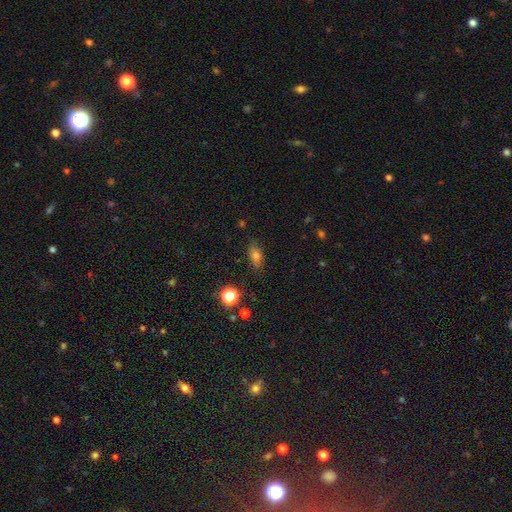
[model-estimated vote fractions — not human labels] smooth-or-featured: smooth: 72% | star or artifact: 16% | featured or disk: 12%
  how-rounded: in between: 77% | round: 13% | cigar-shaped: 10%
  merging: none: 79% | minor disturbance: 15% | major disturbance: 4% | merger: 2%